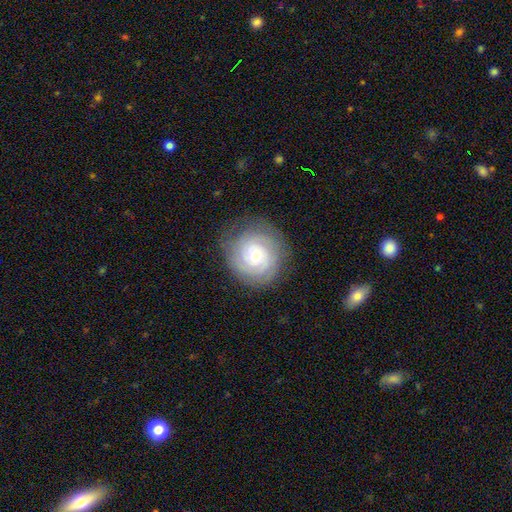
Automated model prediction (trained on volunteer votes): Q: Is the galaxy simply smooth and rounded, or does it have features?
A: featured or disk — 71%.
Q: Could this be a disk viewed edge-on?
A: no — 98%.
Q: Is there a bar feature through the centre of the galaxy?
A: no — 71%.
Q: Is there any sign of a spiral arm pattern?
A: yes — 92%.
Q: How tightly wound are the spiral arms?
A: tight — 76%.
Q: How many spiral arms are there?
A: can't tell — 38%.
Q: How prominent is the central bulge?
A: moderate — 50%.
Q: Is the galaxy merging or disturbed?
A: none — 82%.